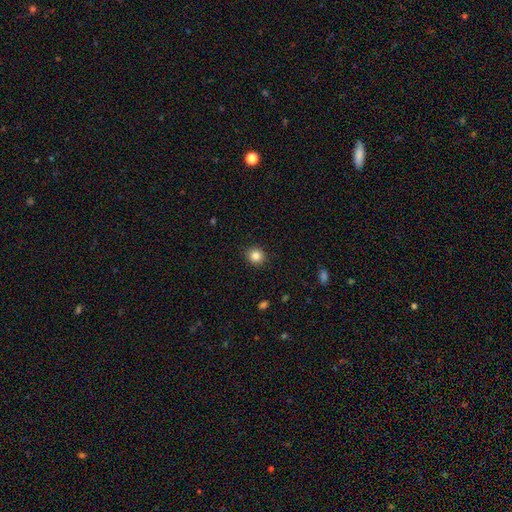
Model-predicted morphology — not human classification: A smooth galaxy with no disk features (84%) that is round (85%).

Vote fractions:
- Smooth or featured? smooth: 84% / star or artifact: 11% / featured or disk: 5%
- How rounded? round: 85% / in between: 14% / cigar-shaped: 1%
- Merging? none: 91% / minor disturbance: 6% / major disturbance: 2% / merger: 1%